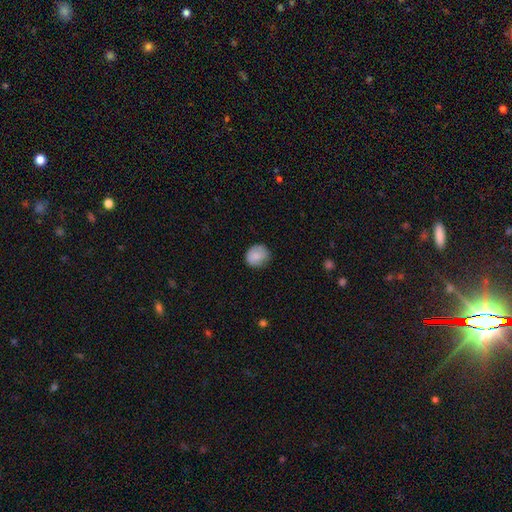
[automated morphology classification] Smooth or featured? smooth (86%)
How rounded? round (81%)
Merging? none (79%)